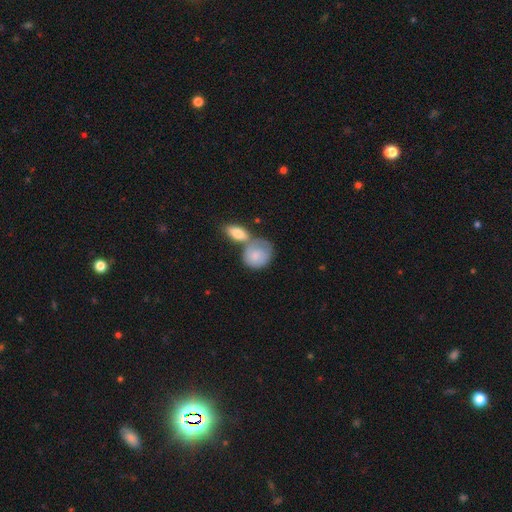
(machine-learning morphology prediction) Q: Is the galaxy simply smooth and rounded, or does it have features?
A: smooth — 77%.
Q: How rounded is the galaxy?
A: round — 59%.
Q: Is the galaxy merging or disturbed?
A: merger — 44%.